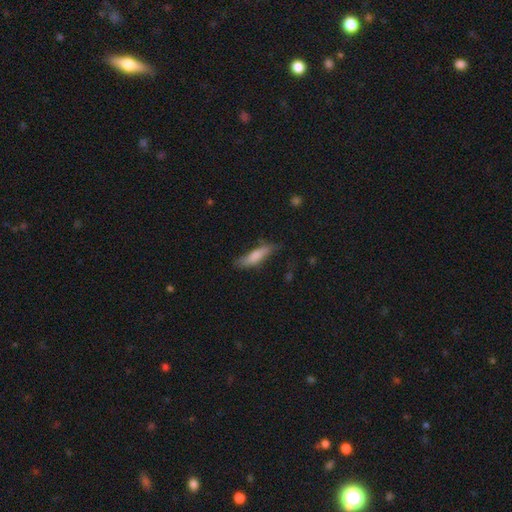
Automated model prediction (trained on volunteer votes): Smooth or featured?
  - smooth: 75% *
  - featured or disk: 18%
  - star or artifact: 7%
How rounded?
  - cigar-shaped: 60% *
  - in between: 38%
  - round: 2%
Merging?
  - none: 55% *
  - minor disturbance: 30%
  - major disturbance: 12%
  - merger: 3%